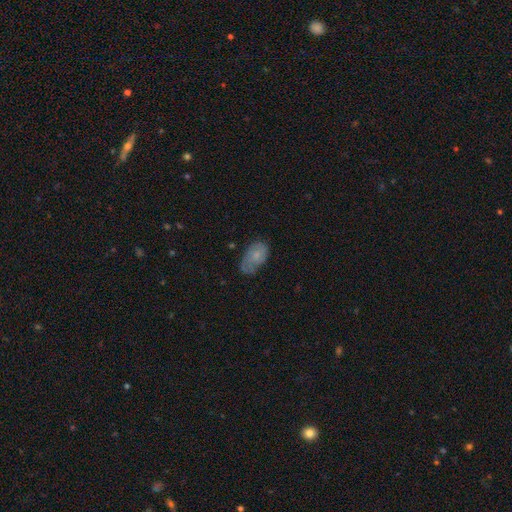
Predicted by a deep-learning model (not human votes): The model was most divided on "smooth or featured": smooth: 48%, featured or disk: 44%, star or artifact: 8%. More confident: merging — none (53%).